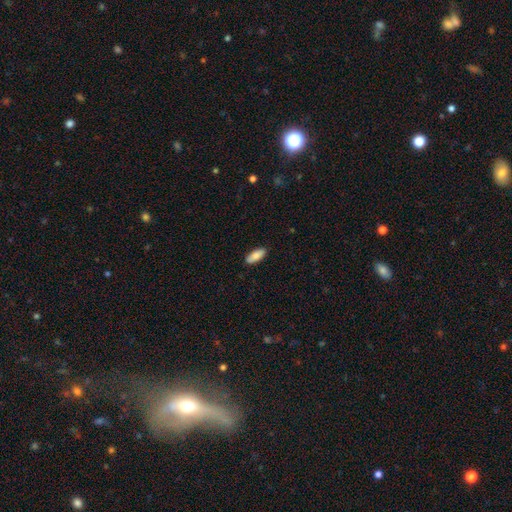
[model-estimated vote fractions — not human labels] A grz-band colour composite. It shows a smooth galaxy with no disk features (84%) that is in between round and cigar-shaped (80%). Merging: none (88%).